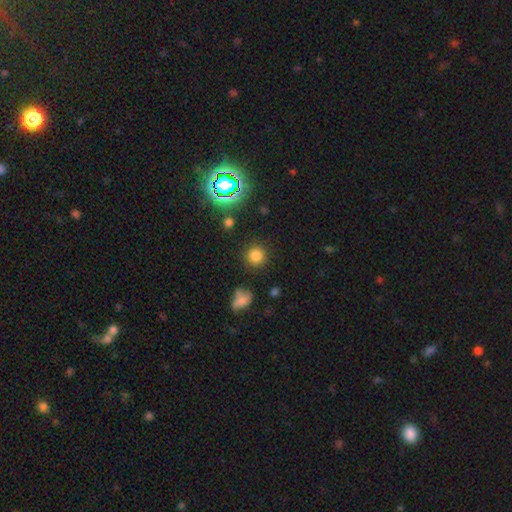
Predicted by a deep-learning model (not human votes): Smooth or featured? smooth (79%)
How rounded? round (91%)
Merging? none (85%)